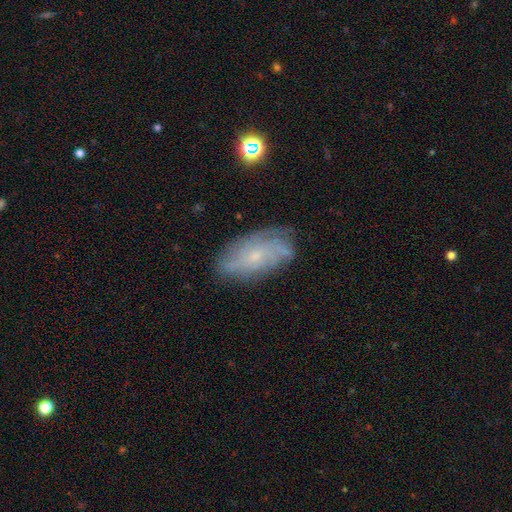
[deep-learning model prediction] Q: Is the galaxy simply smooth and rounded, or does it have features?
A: featured or disk — 66%.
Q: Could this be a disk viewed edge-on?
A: no — 92%.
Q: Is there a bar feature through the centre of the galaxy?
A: no — 75%.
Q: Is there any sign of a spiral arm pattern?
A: yes — 86%.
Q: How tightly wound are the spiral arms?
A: tight — 48%.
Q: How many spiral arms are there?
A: can't tell — 52%.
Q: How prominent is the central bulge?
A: small — 76%.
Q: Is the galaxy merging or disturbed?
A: none — 71%.